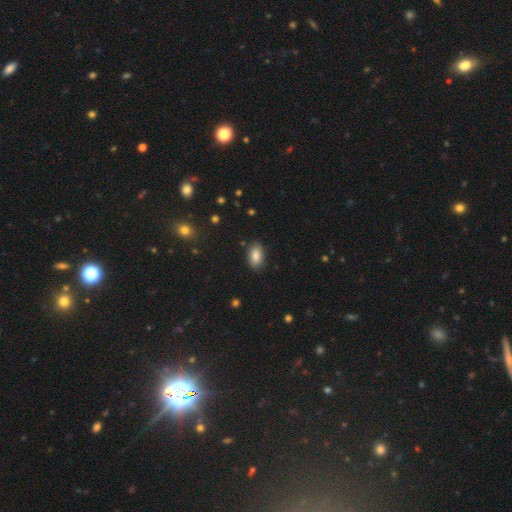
This is clearly a smooth galaxy (85%). How rounded: clearly in between (97%). Merging: clearly none (95%).